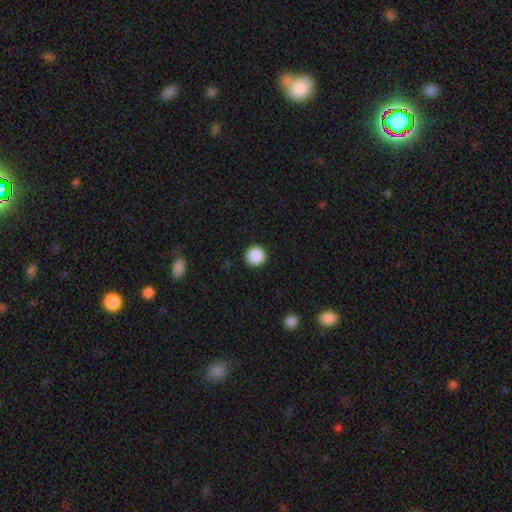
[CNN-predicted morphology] Q: Smooth or featured?
A: smooth (89%); runner-up: star or artifact (9%)
Q: How rounded?
A: round (96%); runner-up: in between (3%)
Q: Merging?
A: none (93%); runner-up: minor disturbance (4%)